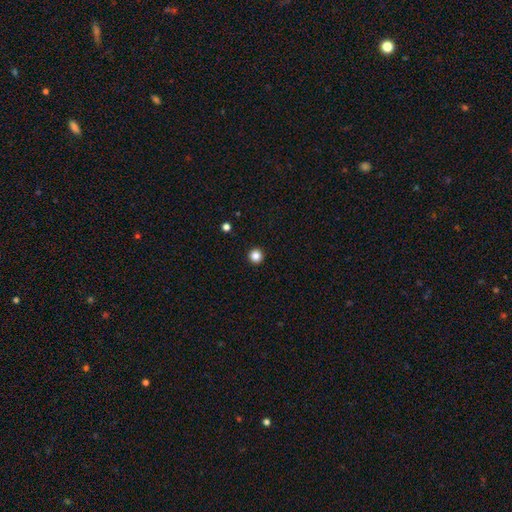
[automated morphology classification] Smooth or featured? Predicted: smooth (p=0.85). How rounded? Predicted: round (p=0.96). Merging? Predicted: none (p=0.94).